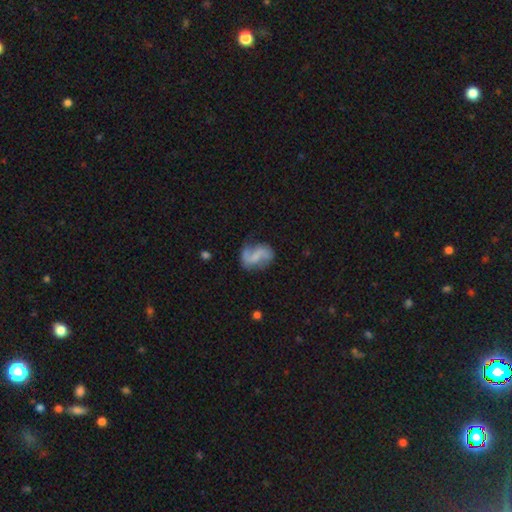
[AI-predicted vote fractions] Q: Smooth or featured?
A: featured or disk (74%); runner-up: smooth (19%)
Q: Edge-on disk?
A: no (98%); runner-up: yes (2%)
Q: Bar?
A: weak (44%); runner-up: no (32%)
Q: Spiral arms?
A: yes (92%); runner-up: no (8%)
Q: Spiral winding?
A: loose (56%); runner-up: medium (34%)
Q: Spiral arm count?
A: 2 (86%); runner-up: 1 (7%)
Q: Bulge size?
A: none (57%); runner-up: small (26%)
Q: Merging?
A: none (67%); runner-up: minor disturbance (20%)